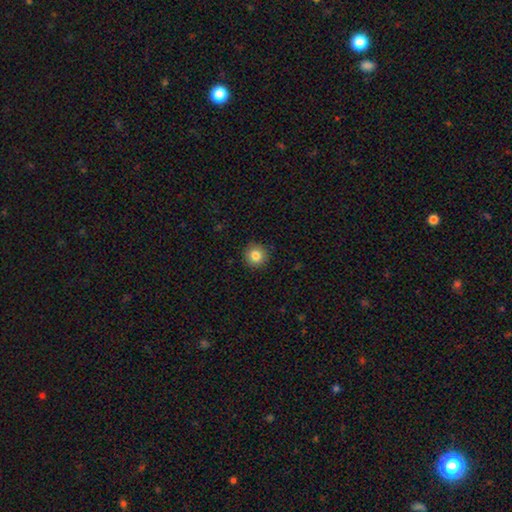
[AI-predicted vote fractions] Morphology: type=smooth (84%); roundness=round (94%); merging=none (92%).